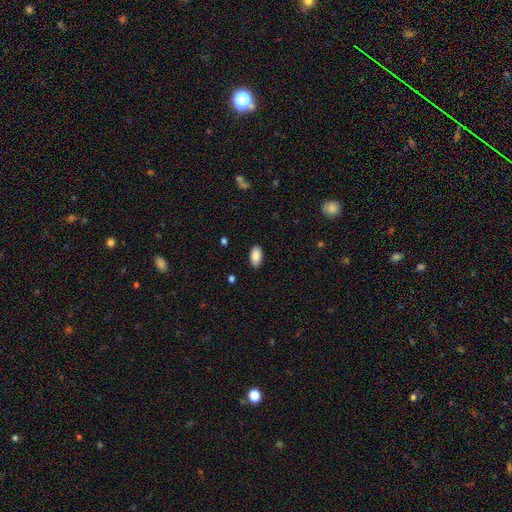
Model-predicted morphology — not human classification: The model was most divided on "merging": none: 88%, minor disturbance: 9%, major disturbance: 2%, merger: 1%. More confident: how rounded — in between (95%); smooth or featured — smooth (88%).